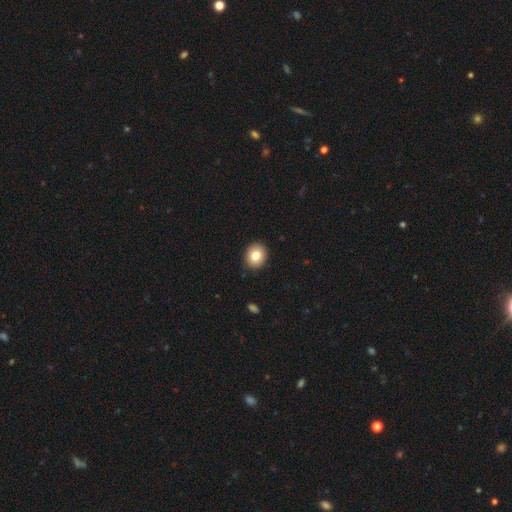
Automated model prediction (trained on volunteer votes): The model was most divided on "how rounded": round: 68%, in between: 31%, cigar-shaped: 1%. More confident: merging — none (91%); smooth or featured — smooth (81%).